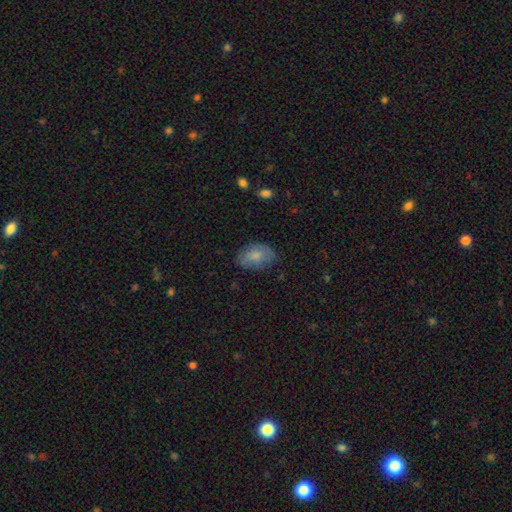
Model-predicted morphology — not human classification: Smooth or featured?
  - smooth: 78% *
  - featured or disk: 15%
  - star or artifact: 7%
How rounded?
  - in between: 87% *
  - round: 12%
  - cigar-shaped: 1%
Merging?
  - none: 76% *
  - minor disturbance: 18%
  - major disturbance: 4%
  - merger: 1%